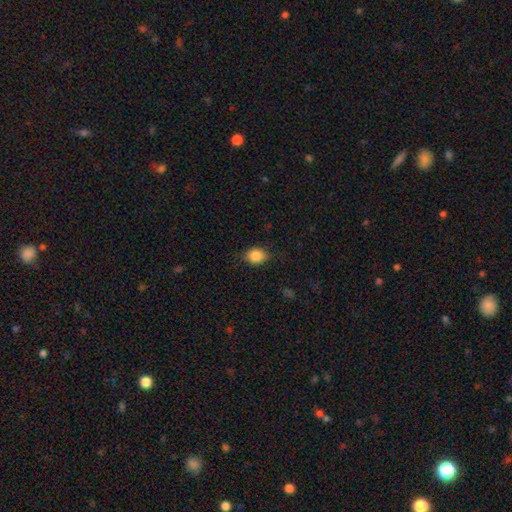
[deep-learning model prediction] Smooth or featured? Predicted: smooth (p=0.85). How rounded? Predicted: round (p=0.50). Merging? Predicted: none (p=0.79).